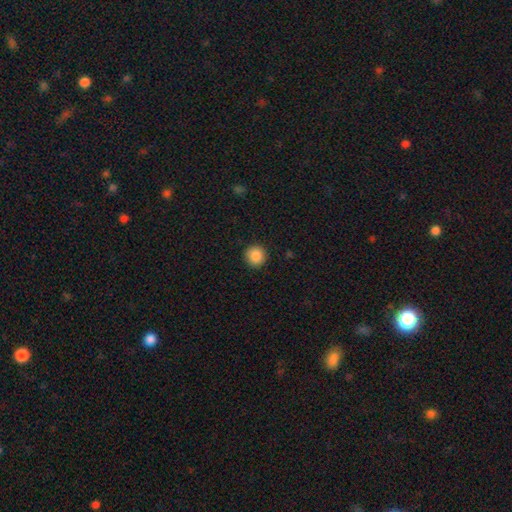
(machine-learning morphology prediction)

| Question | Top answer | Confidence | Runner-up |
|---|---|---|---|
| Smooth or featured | smooth | 87% | star or artifact (9%) |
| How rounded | round | 94% | in between (5%) |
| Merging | none | 92% | minor disturbance (5%) |